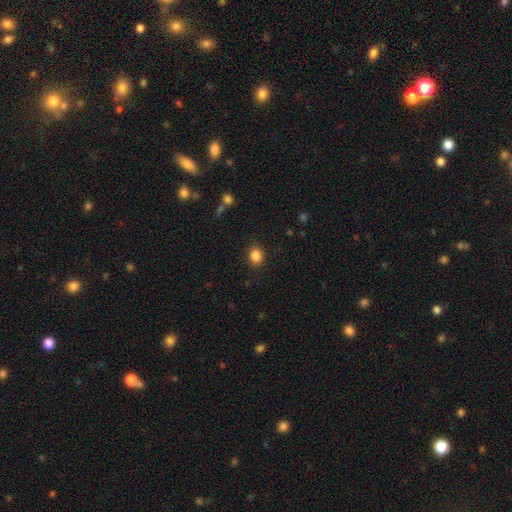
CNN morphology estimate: This is clearly a smooth galaxy (86%). How rounded: possibly round (57%). Merging: clearly none (88%).